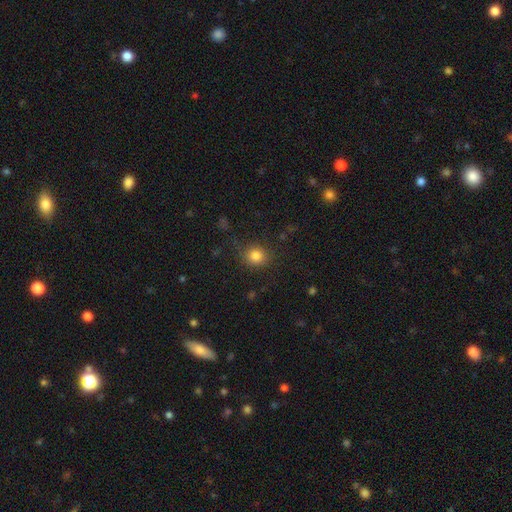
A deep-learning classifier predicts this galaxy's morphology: Overall: smooth (82%). How rounded: round (77%). Merging: none (80%).